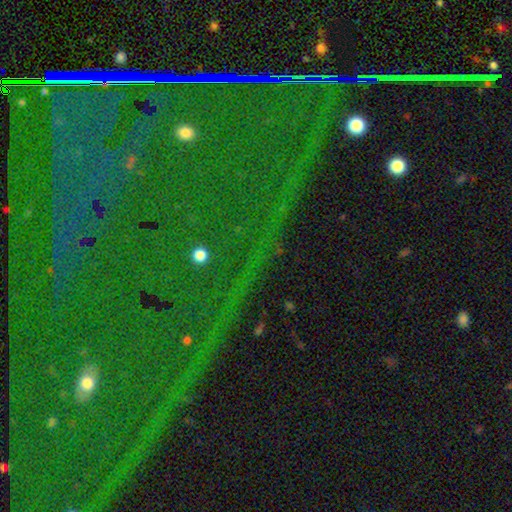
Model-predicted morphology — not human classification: A star or artifact, not a galaxy (83%).